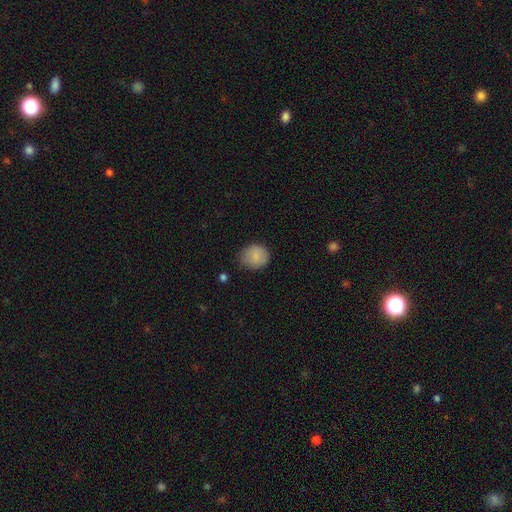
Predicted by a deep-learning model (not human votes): A smooth galaxy with no disk features (85%) that is round (73%). Merging: none (74%).